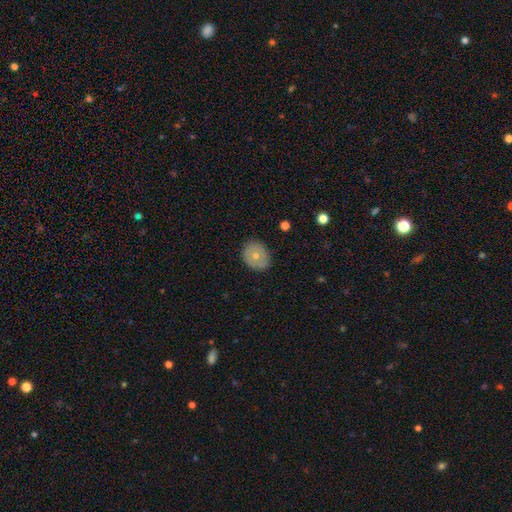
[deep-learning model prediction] Smooth or featured?
  - smooth: 63% *
  - featured or disk: 29%
  - star or artifact: 8%
How rounded?
  - round: 58% *
  - in between: 41%
  - cigar-shaped: 1%
Merging?
  - none: 86% *
  - minor disturbance: 11%
  - major disturbance: 2%
  - merger: 1%